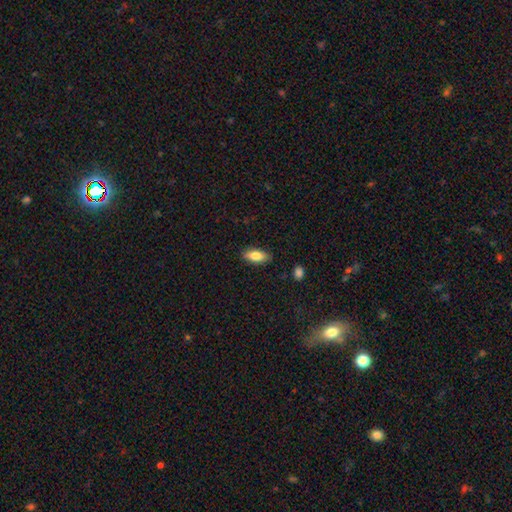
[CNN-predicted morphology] A smooth galaxy with no disk features (82%) that is in between round and cigar-shaped (86%). Merging: none (86%).